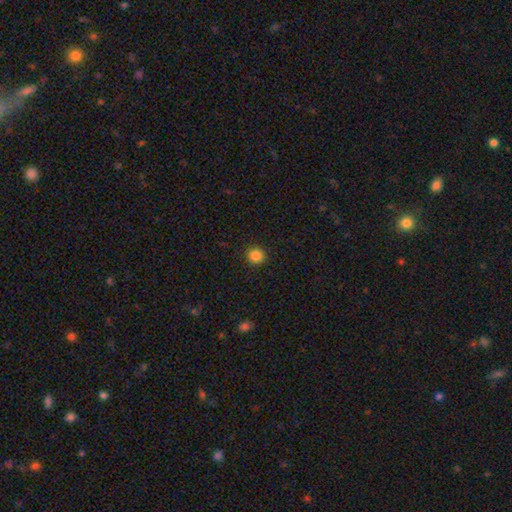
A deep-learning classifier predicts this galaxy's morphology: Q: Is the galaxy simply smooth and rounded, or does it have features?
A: smooth — 85%.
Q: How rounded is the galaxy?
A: round — 93%.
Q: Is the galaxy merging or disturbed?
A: none — 92%.